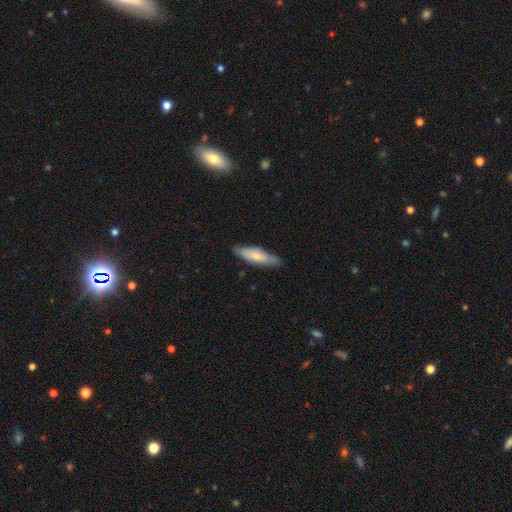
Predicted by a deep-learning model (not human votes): Smooth or featured: smooth — 65% (featured or disk — 30%)
How rounded: cigar-shaped — 60% (in between — 38%)
Merging: none — 79% (minor disturbance — 17%)